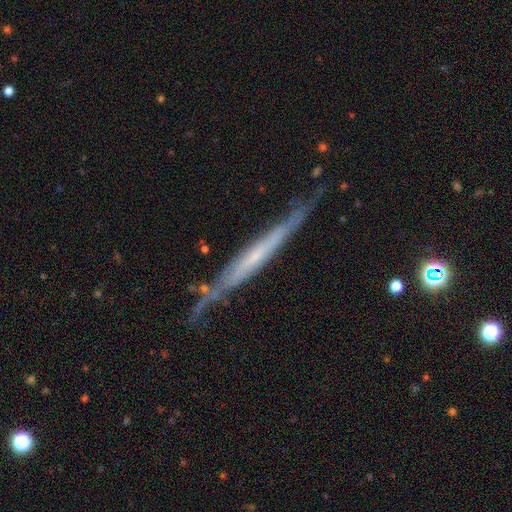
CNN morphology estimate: Overall: featured or disk (70%). Edge-on disk: yes (91%). Edge-on bulge: none (73%). Merging: none (72%).